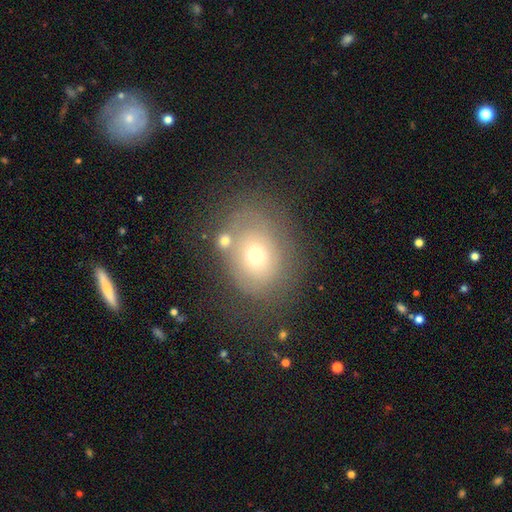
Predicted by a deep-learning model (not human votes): Smooth or featured? Predicted: smooth (p=0.56). How rounded? Predicted: round (p=0.50). Merging? Predicted: none (p=0.59).